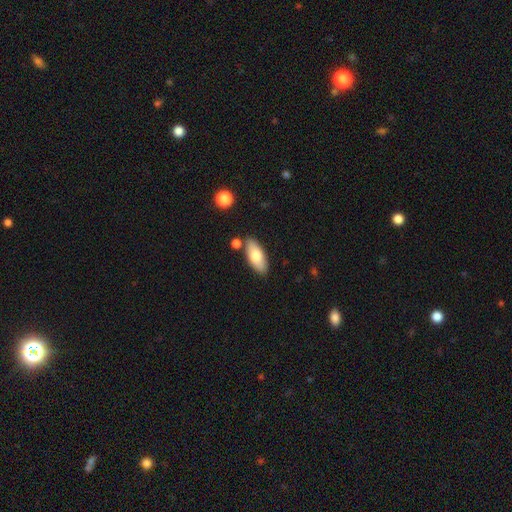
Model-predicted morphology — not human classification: smooth_or_featured: smooth (p=0.74) [alt: featured or disk p=0.20]
how_rounded: in between (p=0.86) [alt: cigar-shaped p=0.12]
merging: none (p=0.80) [alt: minor disturbance p=0.11]